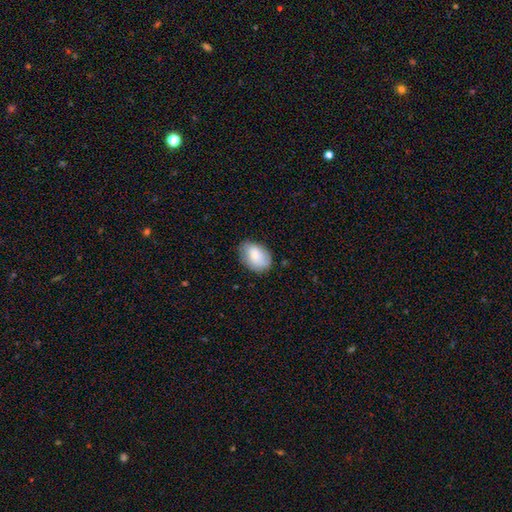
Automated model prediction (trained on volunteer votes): smooth 77%, featured or disk 17%, star or artifact 7%. Down the decision tree: how rounded — in between (83%); merging — none (76%).